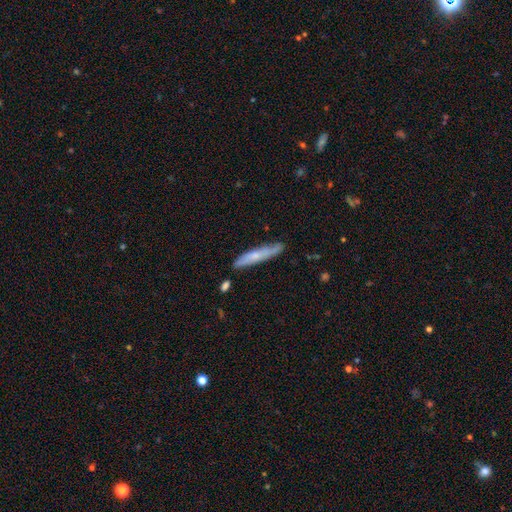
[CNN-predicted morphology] Smooth or featured? Predicted: smooth (p=0.52). How rounded? Predicted: cigar-shaped (p=0.90). Merging? Predicted: none (p=0.77).